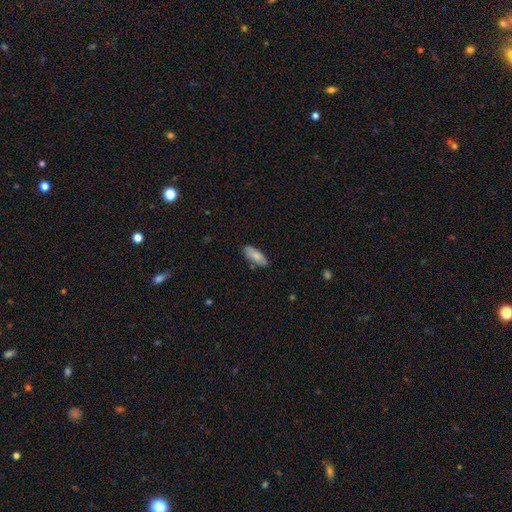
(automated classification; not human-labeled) The model was most divided on "smooth or featured": smooth: 79%, featured or disk: 15%, star or artifact: 6%. More confident: how rounded — in between (81%); merging — none (80%).